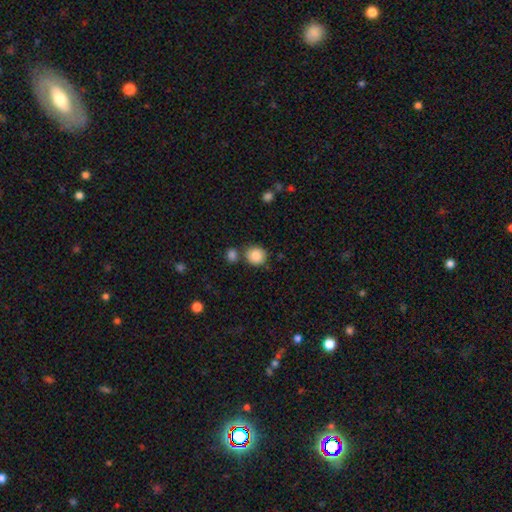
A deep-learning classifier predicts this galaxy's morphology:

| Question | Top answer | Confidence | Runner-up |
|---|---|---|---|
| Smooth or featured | smooth | 88% | star or artifact (8%) |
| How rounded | round | 86% | in between (13%) |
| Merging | none | 71% | merger (15%) |